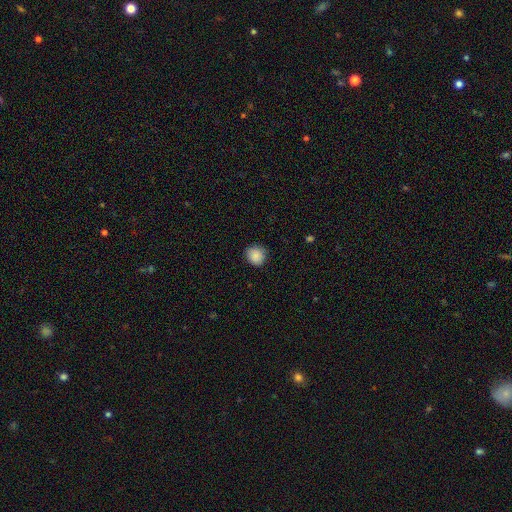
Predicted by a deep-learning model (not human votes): Smooth or featured?
  - smooth: 88% *
  - star or artifact: 8%
  - featured or disk: 4%
How rounded?
  - round: 86% *
  - in between: 13%
  - cigar-shaped: 1%
Merging?
  - none: 86% *
  - minor disturbance: 11%
  - major disturbance: 2%
  - merger: 1%